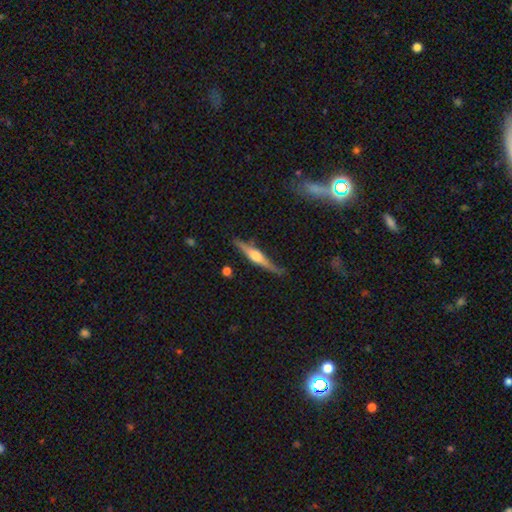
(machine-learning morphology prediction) Smooth or featured? Predicted: featured or disk (p=0.70). Edge-on disk? Predicted: yes (p=0.97). Edge-on bulge? Predicted: rounded (p=0.90). Merging? Predicted: none (p=0.81).